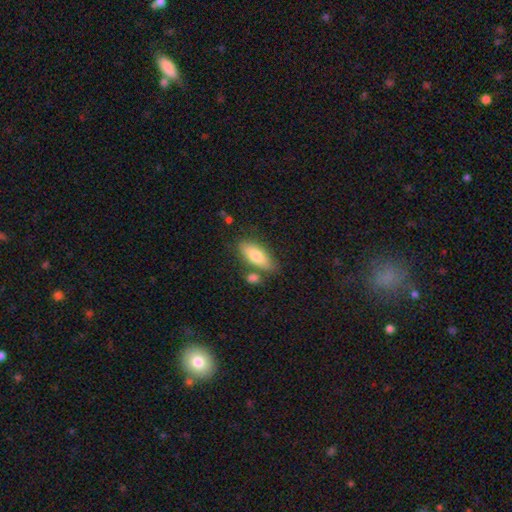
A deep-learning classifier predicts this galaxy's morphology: Smooth or featured?
  - smooth: 77% *
  - featured or disk: 17%
  - star or artifact: 6%
How rounded?
  - in between: 70% *
  - cigar-shaped: 27%
  - round: 3%
Merging?
  - none: 70% *
  - minor disturbance: 14%
  - merger: 12%
  - major disturbance: 4%